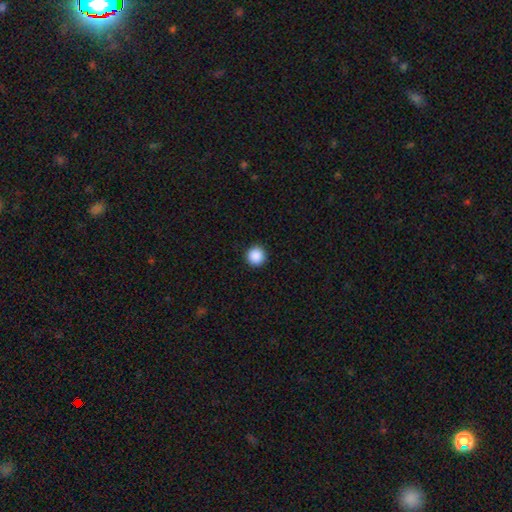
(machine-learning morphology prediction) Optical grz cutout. It shows a smooth galaxy with no disk features (89%) that is round (96%). Merging: none (93%).